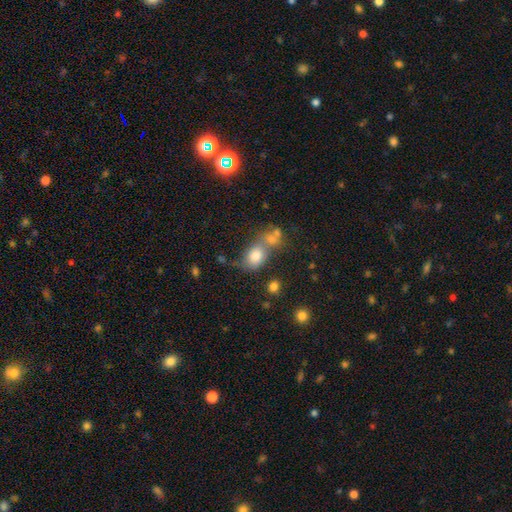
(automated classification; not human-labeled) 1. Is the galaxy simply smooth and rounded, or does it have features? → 77% smooth, 12% featured or disk, 11% star or artifact.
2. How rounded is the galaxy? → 63% in between, 35% round, 2% cigar-shaped.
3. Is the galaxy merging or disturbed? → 43% merger, 35% none, 14% minor disturbance, 8% major disturbance.